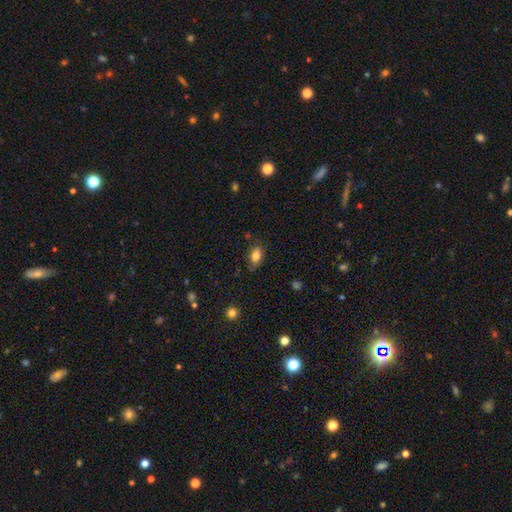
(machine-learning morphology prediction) type=smooth (82%); roundness=in between (87%); merging=none (66%).